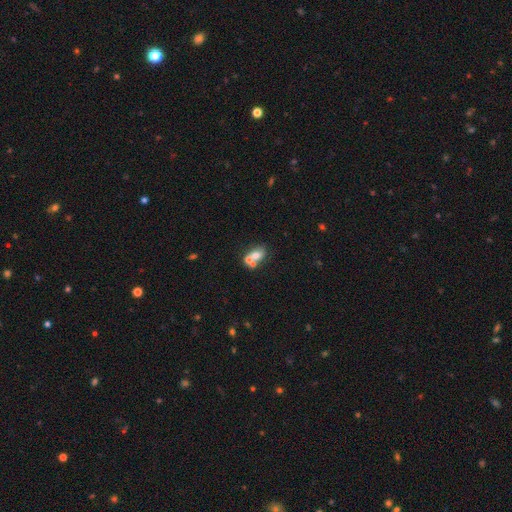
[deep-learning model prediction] Q: Smooth or featured?
A: smooth (58%); runner-up: featured or disk (29%)
Q: How rounded?
A: in between (64%); runner-up: round (35%)
Q: Merging?
A: merger (54%); runner-up: none (30%)